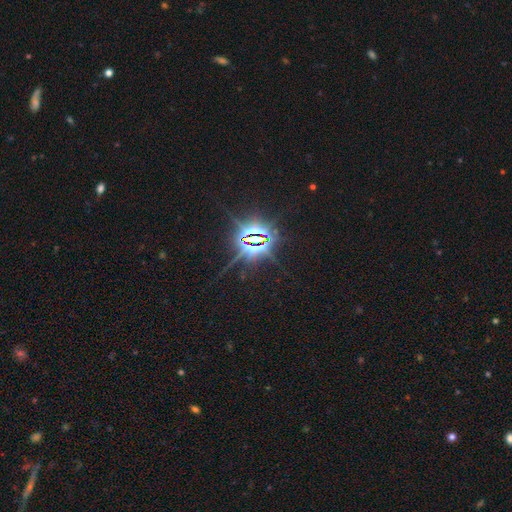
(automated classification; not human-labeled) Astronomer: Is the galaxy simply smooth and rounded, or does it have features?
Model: star or artifact — 85%.